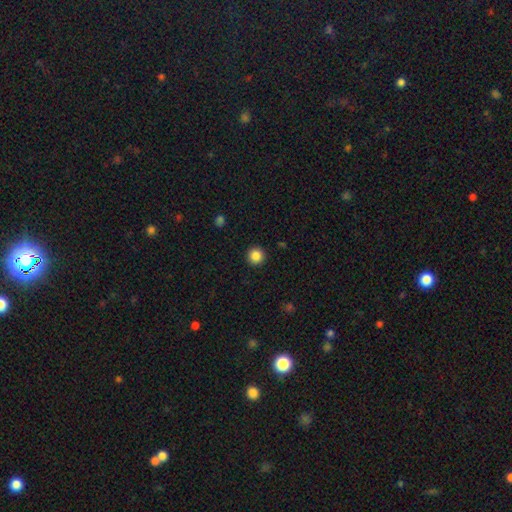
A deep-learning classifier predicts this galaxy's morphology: smooth_or_featured: smooth (p=0.86) [alt: star or artifact p=0.11]
how_rounded: round (p=0.96) [alt: in between p=0.03]
merging: none (p=0.93) [alt: minor disturbance p=0.04]